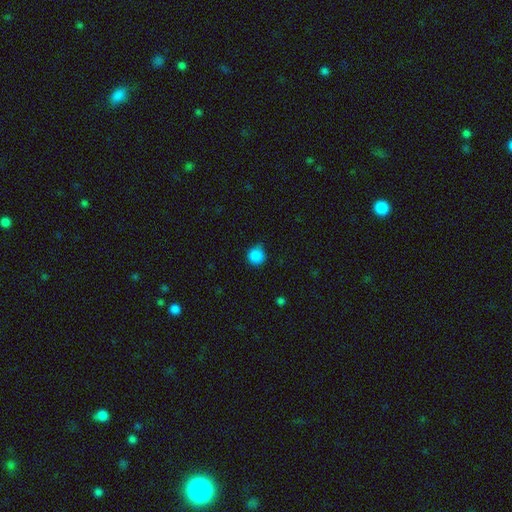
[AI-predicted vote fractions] smooth_or_featured: smooth (p=0.87) [alt: star or artifact p=0.10]
how_rounded: round (p=0.91) [alt: in between p=0.08]
merging: none (p=0.75) [alt: minor disturbance p=0.20]